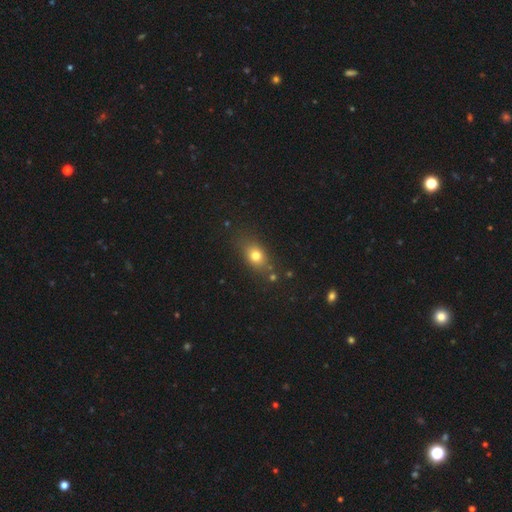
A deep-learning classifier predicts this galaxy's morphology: A smooth galaxy with no disk features (74%) that is in between round and cigar-shaped (61%). Merging: none (75%).